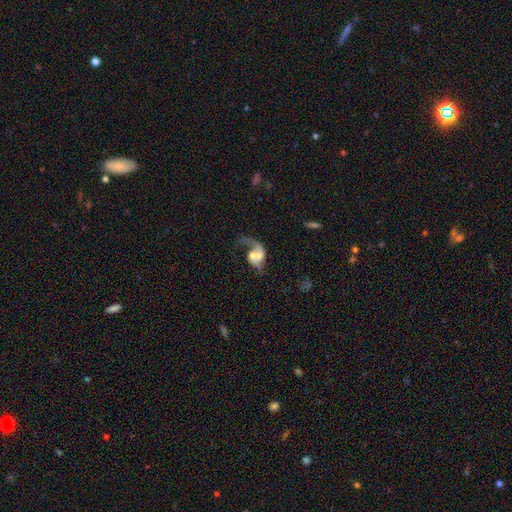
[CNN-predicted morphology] Smooth or featured? Predicted: featured or disk (p=0.63). Edge-on disk? Predicted: no (p=0.97). Bar? Predicted: no (p=0.71). Spiral arms? Predicted: yes (p=0.77). Bulge size? Predicted: moderate (p=0.43). Merging? Predicted: merger (p=0.46).